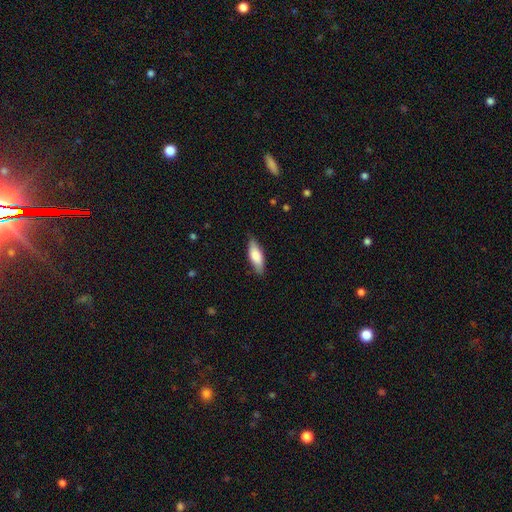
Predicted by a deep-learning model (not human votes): smooth 75%, featured or disk 19%, star or artifact 6%. Down the decision tree: how rounded — in between (61%); merging — none (82%).